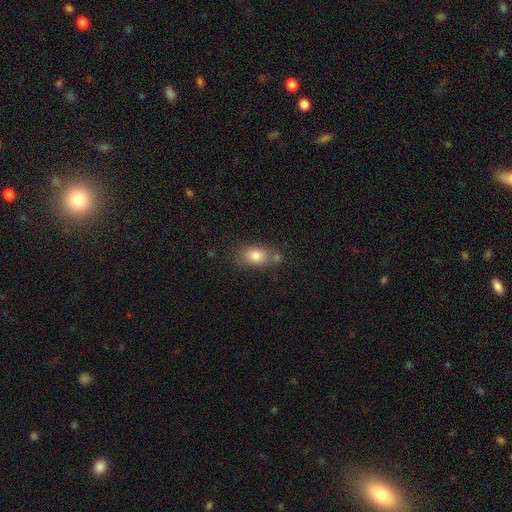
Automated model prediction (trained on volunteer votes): smooth_or_featured: smooth (p=0.80) [alt: featured or disk p=0.11]
how_rounded: in between (p=0.81) [alt: round p=0.16]
merging: none (p=0.64) [alt: minor disturbance p=0.17]